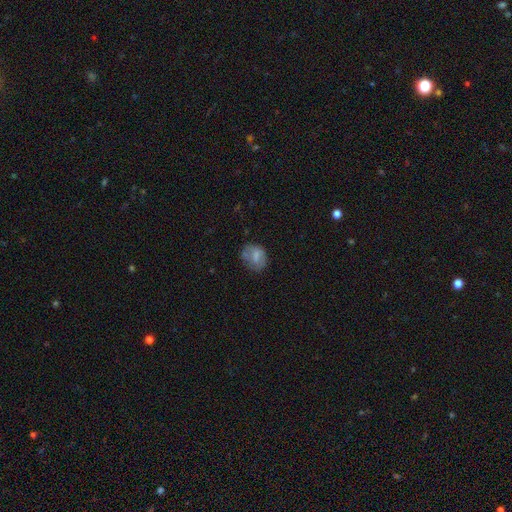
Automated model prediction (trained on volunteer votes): Smooth or featured: smooth — 67% (featured or disk — 25%)
How rounded: round — 52% (in between — 47%)
Merging: none — 61% (minor disturbance — 25%)